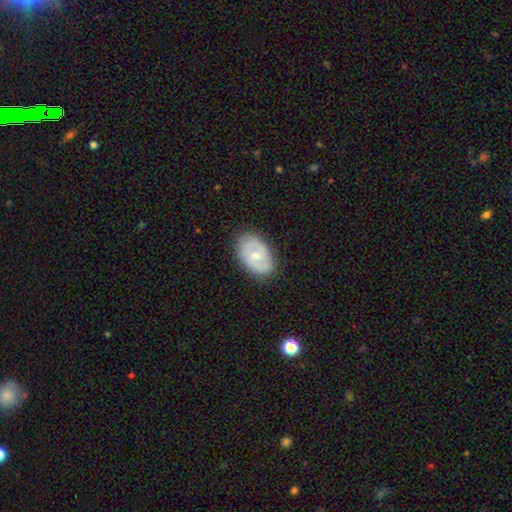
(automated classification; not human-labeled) featured or disk 56%, smooth 38%, star or artifact 6%. Down the decision tree: edge-on disk — no (95%); bar — weak (46%); spiral arms — yes (63%); bulge size — moderate (50%); merging — none (82%).